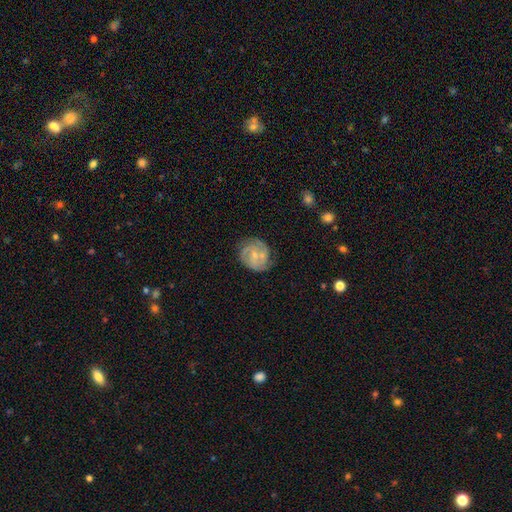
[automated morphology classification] A featured or disk galaxy (76%) with no bar (63%), 3 (33%) tight (54%) spiral arms (92%) and a small central bulge (68%). Merging: none (66%).